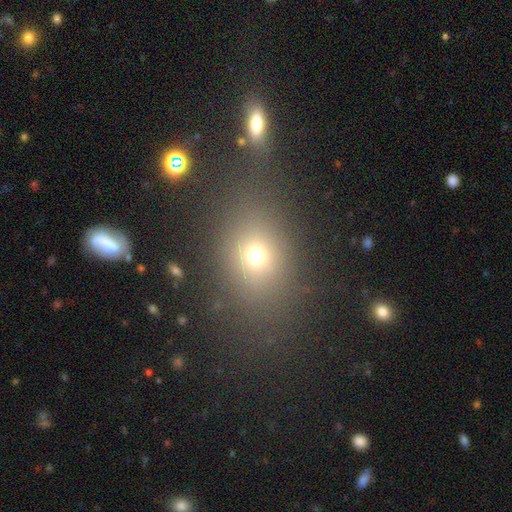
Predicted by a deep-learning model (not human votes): Smooth or featured? Predicted: smooth (p=0.68). How rounded? Predicted: in between (p=0.54). Merging? Predicted: none (p=0.66).